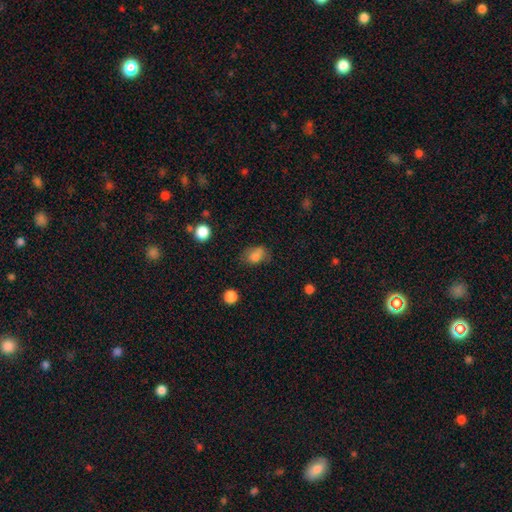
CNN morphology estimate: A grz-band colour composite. It shows a smooth galaxy with no disk features (78%) that is in between round and cigar-shaped (71%). Merging: none (52%).